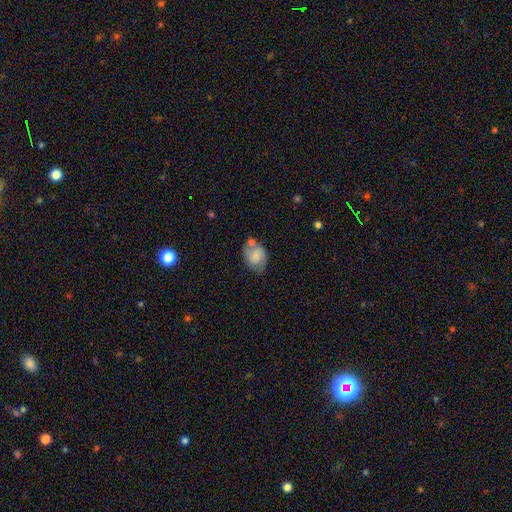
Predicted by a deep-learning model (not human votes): Smooth or featured?
  - smooth: 65% *
  - featured or disk: 26%
  - star or artifact: 8%
How rounded?
  - in between: 65% *
  - round: 34%
  - cigar-shaped: 1%
Merging?
  - none: 50% *
  - minor disturbance: 26%
  - merger: 16%
  - major disturbance: 8%